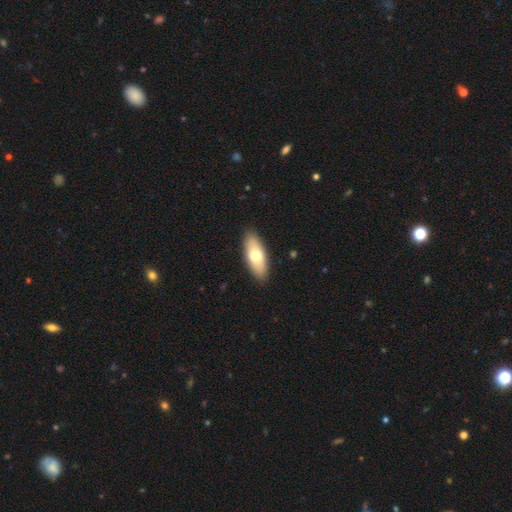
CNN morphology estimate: type=smooth (68%); roundness=in between (76%); merging=none (89%).